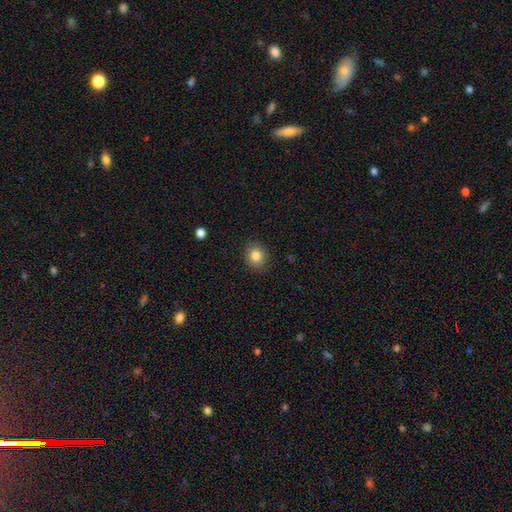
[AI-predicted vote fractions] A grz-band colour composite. It shows a smooth galaxy with no disk features (83%) that is round (74%). Merging: none (88%).